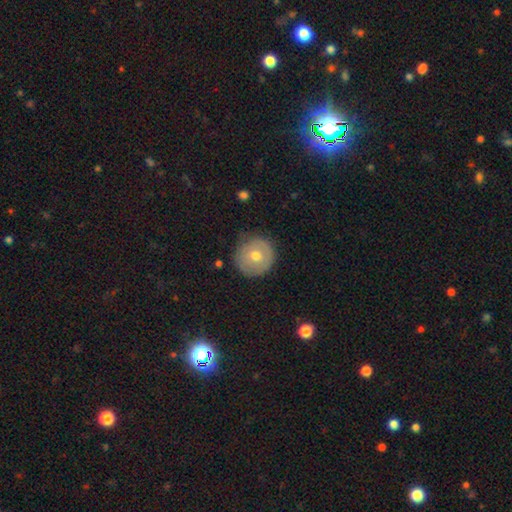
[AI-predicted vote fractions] Smooth or featured? smooth (62%)
How rounded? round (94%)
Merging? none (82%)